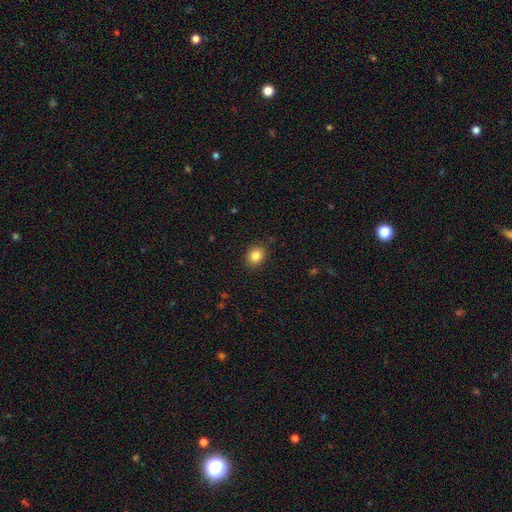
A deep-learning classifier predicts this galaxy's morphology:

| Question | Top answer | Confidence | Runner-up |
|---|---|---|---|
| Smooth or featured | smooth | 84% | star or artifact (10%) |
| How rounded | round | 65% | in between (34%) |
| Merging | none | 88% | minor disturbance (8%) |